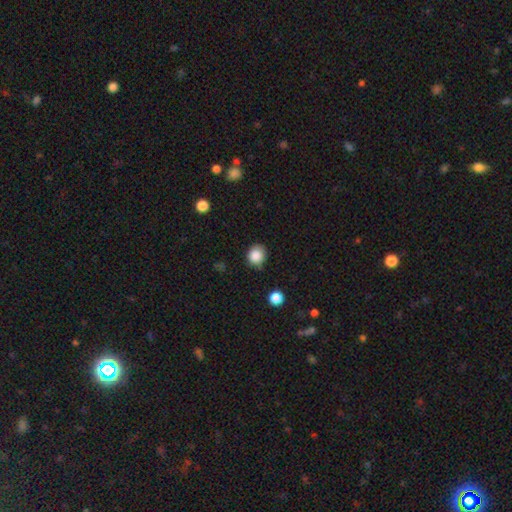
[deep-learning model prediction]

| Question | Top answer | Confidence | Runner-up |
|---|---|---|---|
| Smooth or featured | smooth | 86% | star or artifact (10%) |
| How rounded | round | 81% | in between (18%) |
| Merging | none | 75% | minor disturbance (18%) |